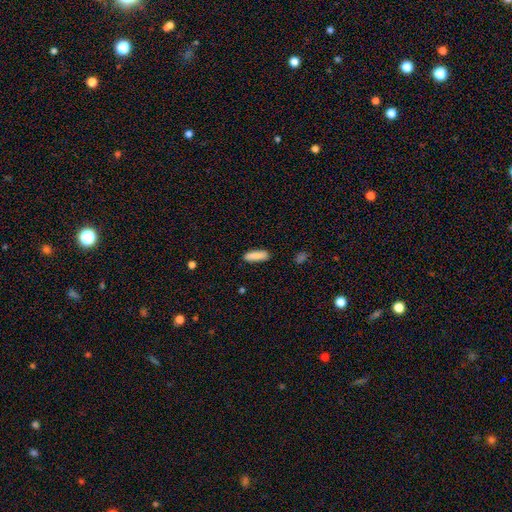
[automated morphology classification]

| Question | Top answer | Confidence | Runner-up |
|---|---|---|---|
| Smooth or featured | smooth | 87% | featured or disk (7%) |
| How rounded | cigar-shaped | 57% | in between (42%) |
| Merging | none | 86% | minor disturbance (10%) |